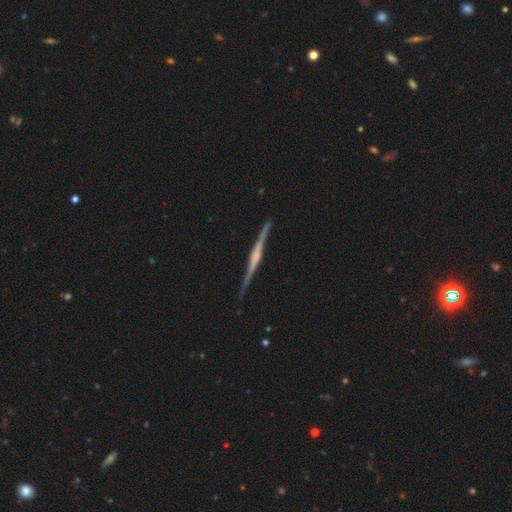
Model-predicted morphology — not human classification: Smooth or featured? Predicted: featured or disk (p=0.82). Edge-on disk? Predicted: yes (p=0.98). Edge-on bulge? Predicted: rounded (p=0.47). Merging? Predicted: none (p=0.87).